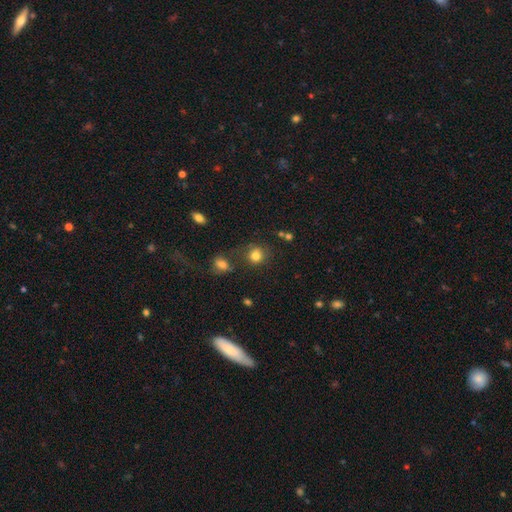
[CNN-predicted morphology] Smooth or featured? smooth (80%)
How rounded? round (81%)
Merging? none (67%)